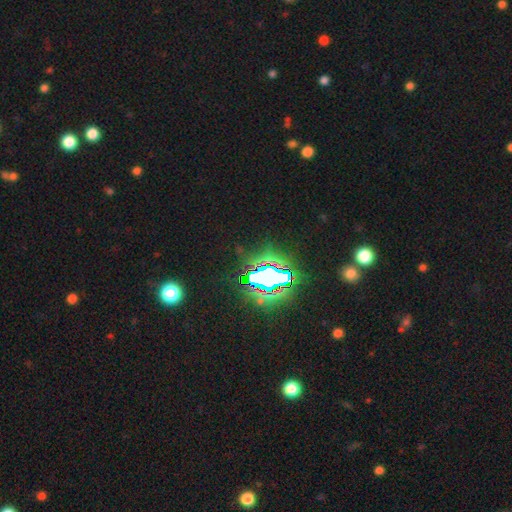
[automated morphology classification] star or artifact 81%, smooth 11%, featured or disk 8%.